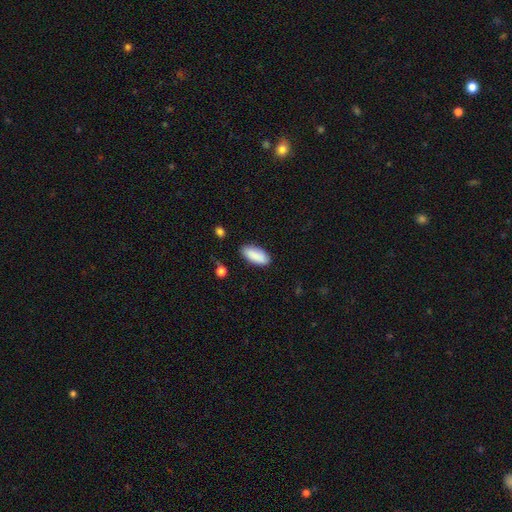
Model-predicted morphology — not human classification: Q: Smooth or featured?
A: smooth (90%); runner-up: star or artifact (6%)
Q: How rounded?
A: in between (86%); runner-up: cigar-shaped (13%)
Q: Merging?
A: none (85%); runner-up: minor disturbance (11%)